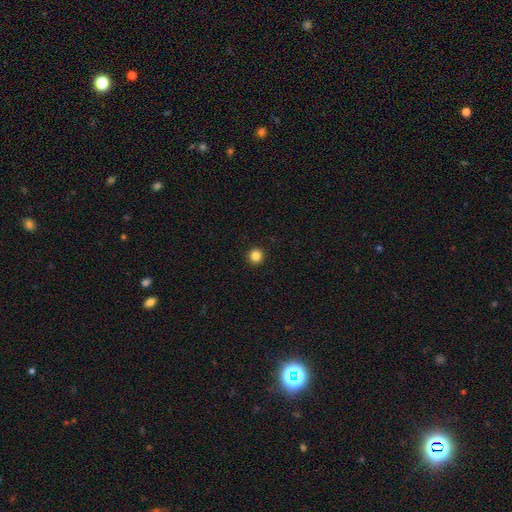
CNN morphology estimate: smooth-or-featured: smooth: 85% | star or artifact: 11% | featured or disk: 4%
  how-rounded: round: 96% | in between: 3% | cigar-shaped: 1%
  merging: none: 94% | minor disturbance: 4% | major disturbance: 1% | merger: 1%